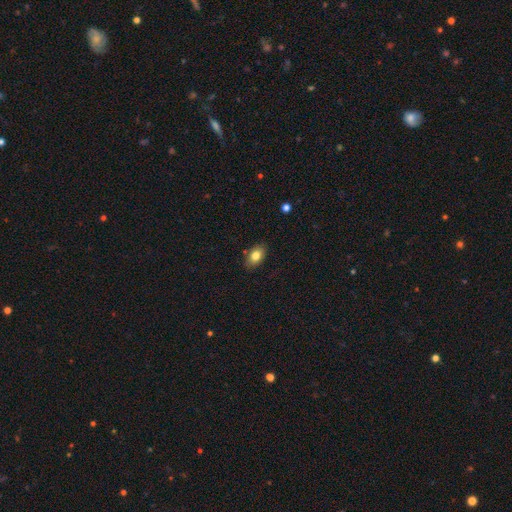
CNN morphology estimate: This appears to be a smooth galaxy with no disk features (80%) that is in between round and cigar-shaped (86%). Merging: none (84%).